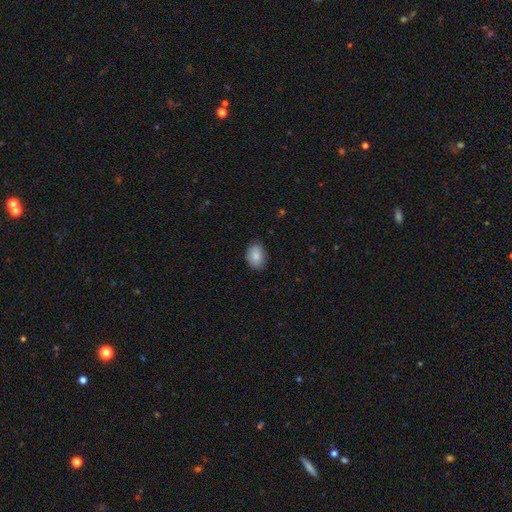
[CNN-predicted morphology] Smooth or featured? smooth (86%)
How rounded? in between (70%)
Merging? none (84%)